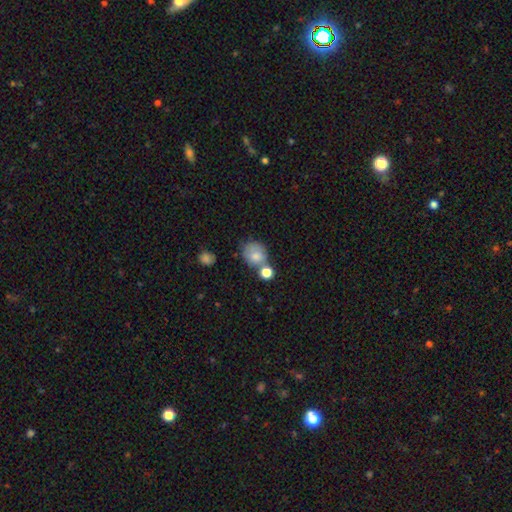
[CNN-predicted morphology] smooth-or-featured: smooth: 77% | featured or disk: 13% | star or artifact: 10%
  how-rounded: round: 62% | in between: 37% | cigar-shaped: 1%
  merging: none: 49% | merger: 24% | minor disturbance: 19% | major disturbance: 7%